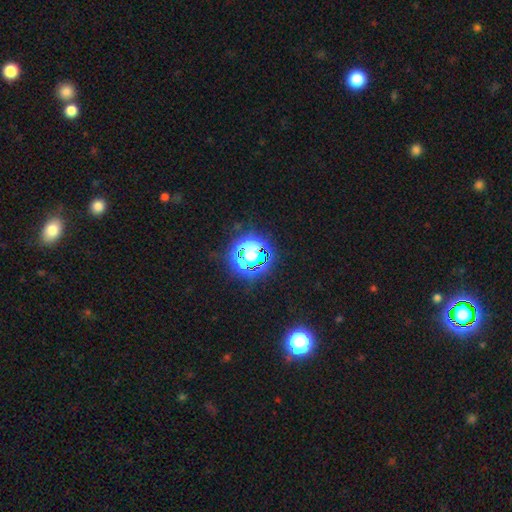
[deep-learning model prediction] Smooth or featured? Predicted: star or artifact (p=0.67).